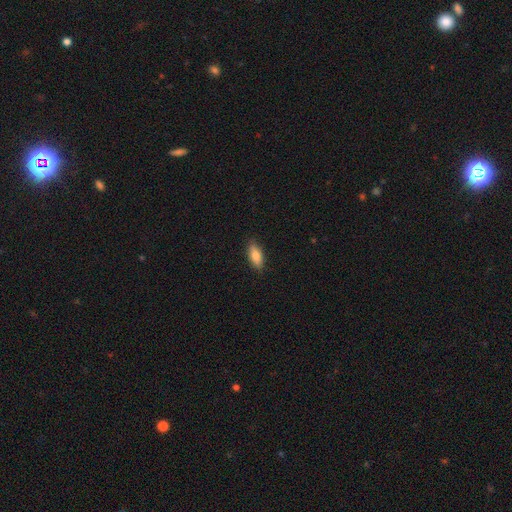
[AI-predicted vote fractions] The model was most divided on "how rounded": in between: 76%, cigar-shaped: 21%, round: 3%. More confident: merging — none (87%); smooth or featured — smooth (79%).